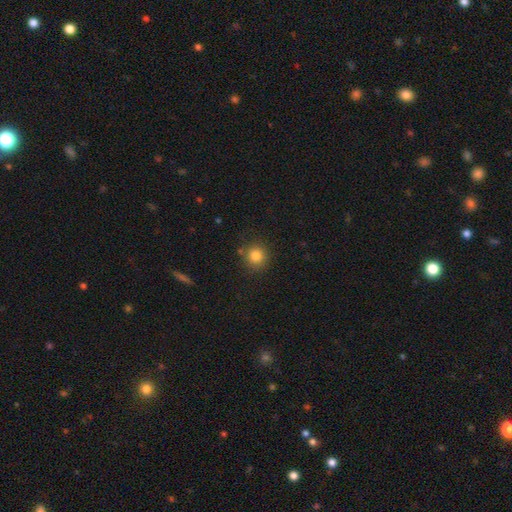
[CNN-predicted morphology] Q: Smooth or featured?
A: smooth (82%); runner-up: star or artifact (12%)
Q: How rounded?
A: round (92%); runner-up: in between (7%)
Q: Merging?
A: none (86%); runner-up: minor disturbance (9%)